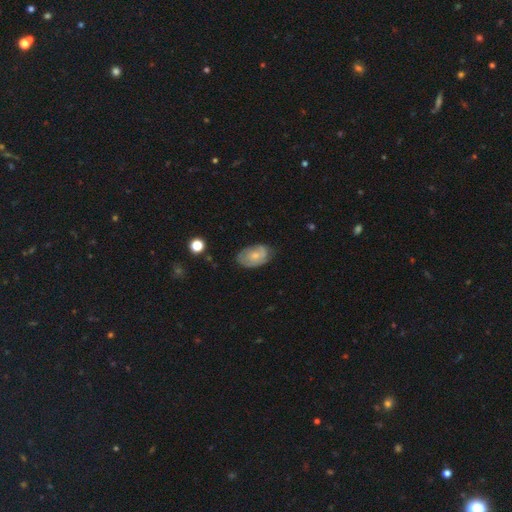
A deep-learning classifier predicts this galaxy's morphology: Overall: smooth (47%; featured or disk 46%). Merging: none (66%).